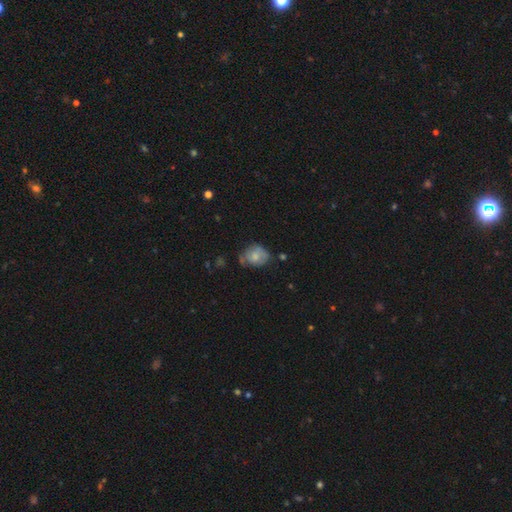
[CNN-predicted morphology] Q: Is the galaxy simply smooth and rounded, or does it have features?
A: smooth — 61%.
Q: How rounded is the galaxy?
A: in between — 53%.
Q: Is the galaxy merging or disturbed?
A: none — 50%.